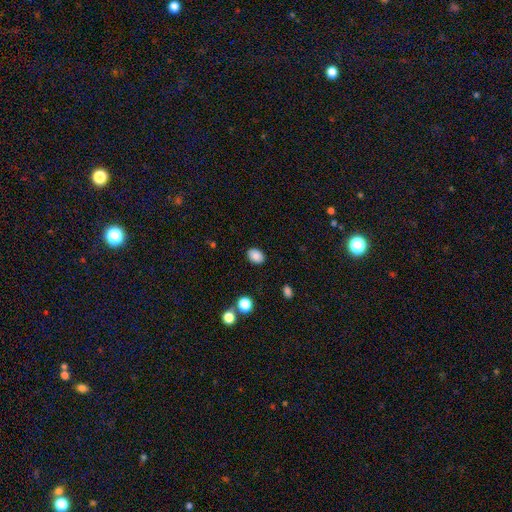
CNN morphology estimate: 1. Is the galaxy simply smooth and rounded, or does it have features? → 86% smooth, 9% star or artifact, 5% featured or disk.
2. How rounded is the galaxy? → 75% in between, 24% round, 1% cigar-shaped.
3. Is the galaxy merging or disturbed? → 86% none, 10% minor disturbance, 3% major disturbance, 2% merger.